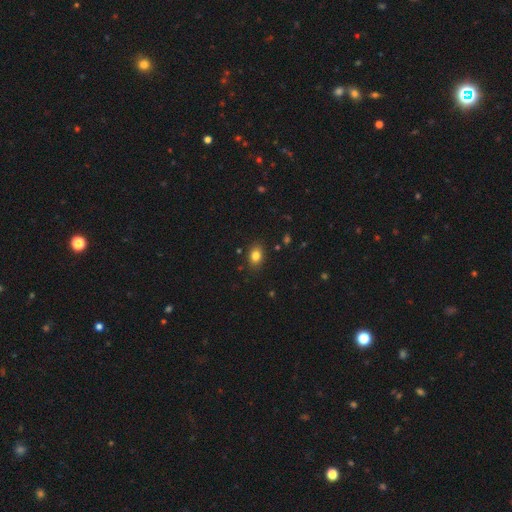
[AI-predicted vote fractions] smooth-or-featured: smooth: 82% | star or artifact: 11% | featured or disk: 7%
  how-rounded: in between: 73% | round: 25% | cigar-shaped: 1%
  merging: none: 86% | minor disturbance: 10% | major disturbance: 3% | merger: 2%